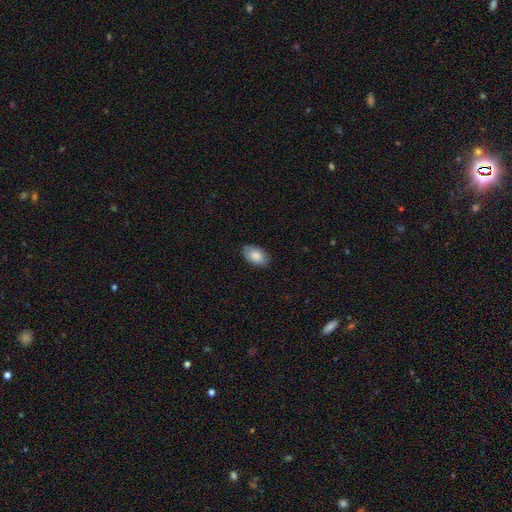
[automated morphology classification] Q: Smooth or featured?
A: smooth (86%); runner-up: featured or disk (8%)
Q: How rounded?
A: in between (94%); runner-up: round (5%)
Q: Merging?
A: none (83%); runner-up: minor disturbance (13%)